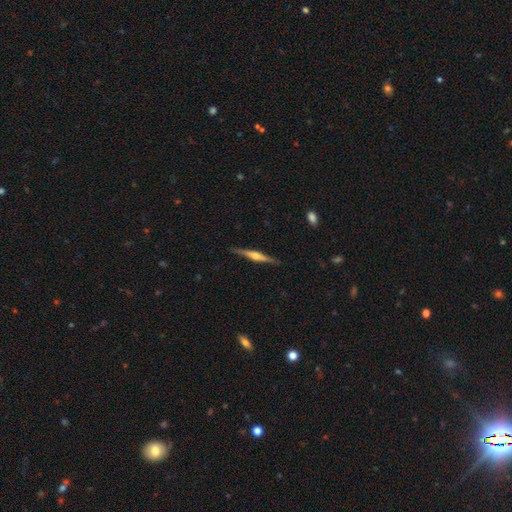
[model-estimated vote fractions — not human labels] A featured or disk galaxy (76%) viewed edge-on (98%) with a rounded central bulge (88%).

Vote fractions:
- Smooth or featured? featured or disk: 76% / smooth: 19% / star or artifact: 5%
- Edge-on disk? yes: 98% / no: 2%
- Edge-on bulge? rounded: 88% / boxy: 8% / none: 4%
- Merging? none: 89% / minor disturbance: 9% / major disturbance: 2% / merger: 1%